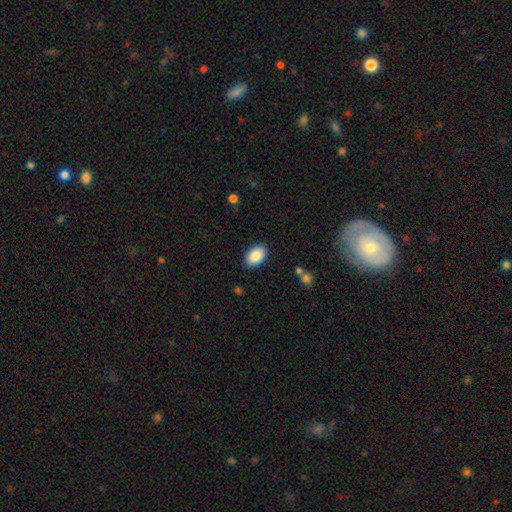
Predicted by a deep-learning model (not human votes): smooth 89%, star or artifact 6%, featured or disk 5%. Down the decision tree: how rounded — in between (92%); merging — none (88%).